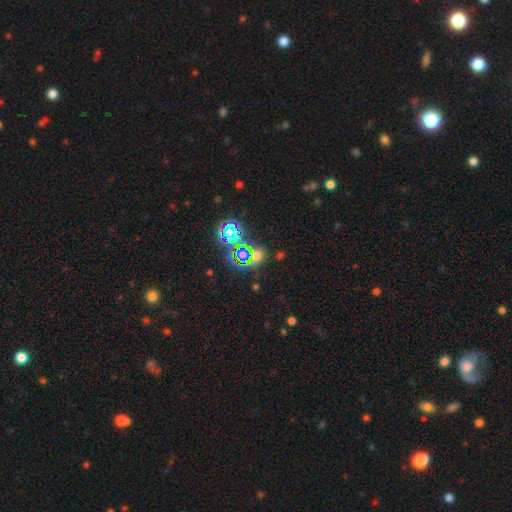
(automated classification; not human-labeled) smooth_or_featured: star or artifact (p=0.61) [alt: smooth p=0.30]